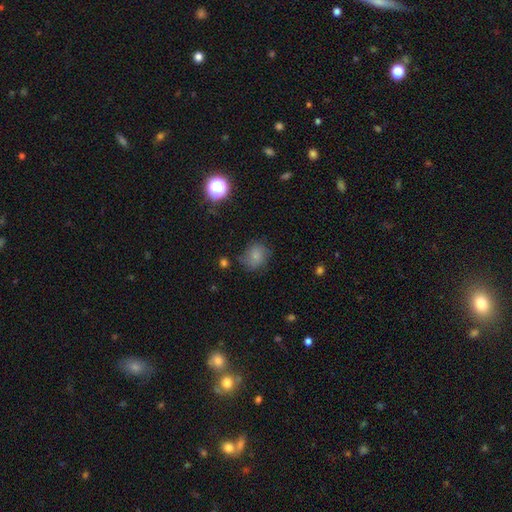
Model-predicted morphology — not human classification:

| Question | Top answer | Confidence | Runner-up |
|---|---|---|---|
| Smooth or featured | smooth | 75% | star or artifact (13%) |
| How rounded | round | 64% | in between (35%) |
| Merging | none | 64% | minor disturbance (24%) |